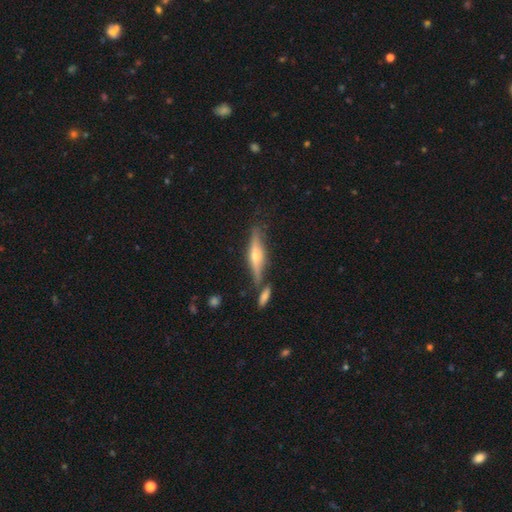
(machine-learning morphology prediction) Overall: featured or disk (67%). Edge-on disk: yes (94%). Edge-on bulge: rounded (89%). Merging: none (72%).